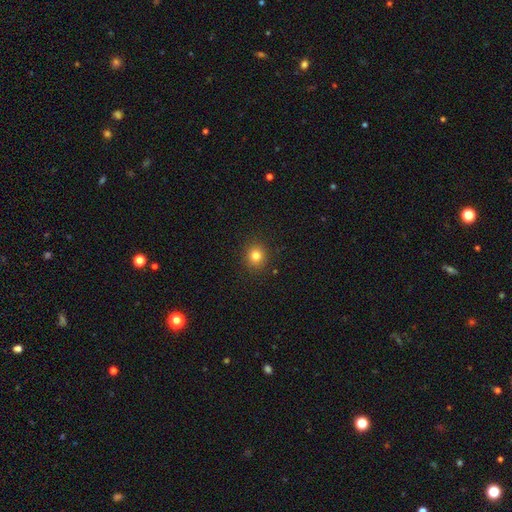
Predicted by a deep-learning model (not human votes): Morphology: type=smooth (81%); roundness=round (87%); merging=none (90%).